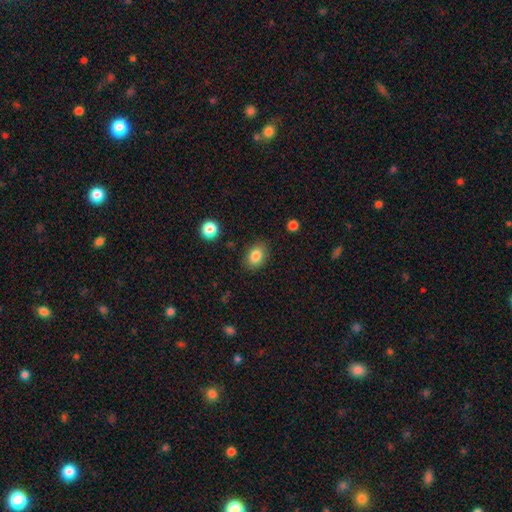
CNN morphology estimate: Smooth or featured? Predicted: smooth (p=0.85). How rounded? Predicted: in between (p=0.76). Merging? Predicted: none (p=0.84).